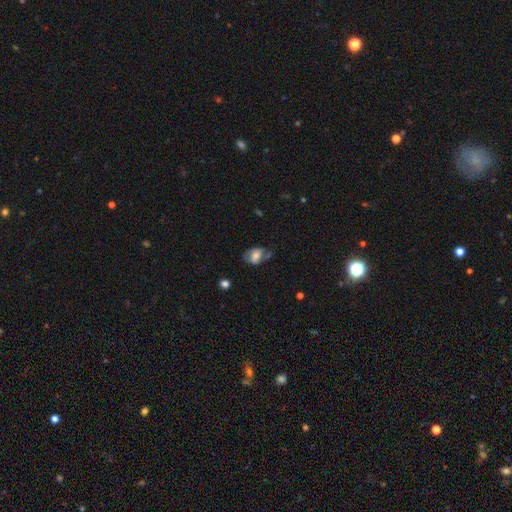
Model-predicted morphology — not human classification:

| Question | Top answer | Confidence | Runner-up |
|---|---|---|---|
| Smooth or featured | smooth | 62% | featured or disk (29%) |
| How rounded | in between | 74% | round (25%) |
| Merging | none | 45% | minor disturbance (29%) |